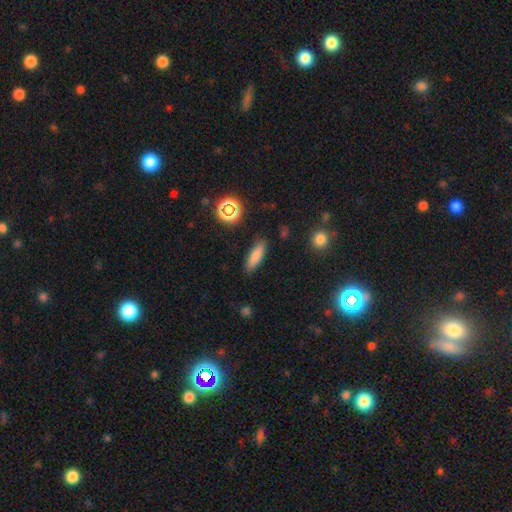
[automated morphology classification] A smooth galaxy with no disk features (82%) that is cigar-shaped (54%). Merging: none (87%).